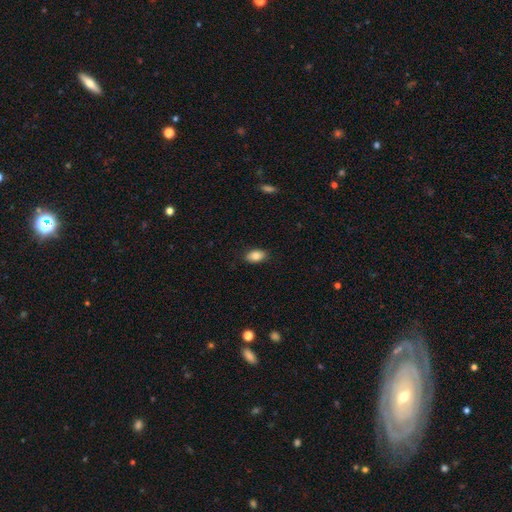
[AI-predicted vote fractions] This appears to be a smooth galaxy with no disk features (85%) that is in between round and cigar-shaped (92%). Merging: none (87%).